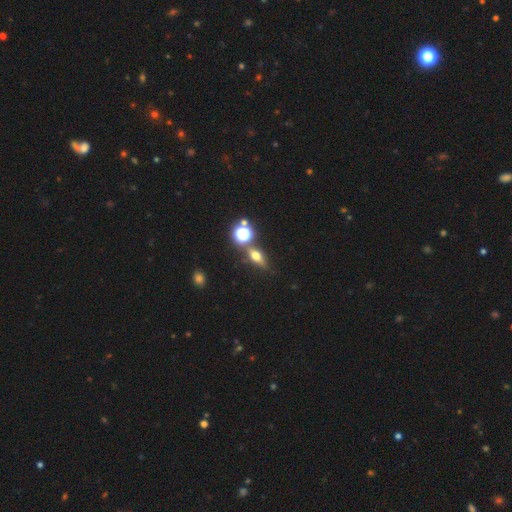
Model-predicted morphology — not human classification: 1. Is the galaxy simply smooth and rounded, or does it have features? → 47% smooth, 30% featured or disk, 23% star or artifact.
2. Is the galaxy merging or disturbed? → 72% none, 12% merger, 11% minor disturbance, 4% major disturbance.